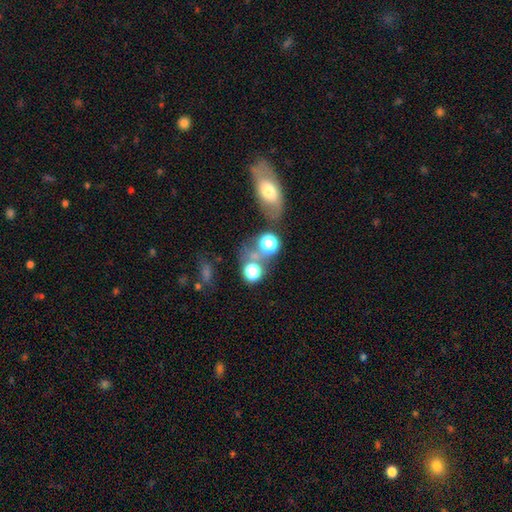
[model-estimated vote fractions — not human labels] A smooth galaxy with no disk features (60%) that is round (72%). Merging: none (49%).